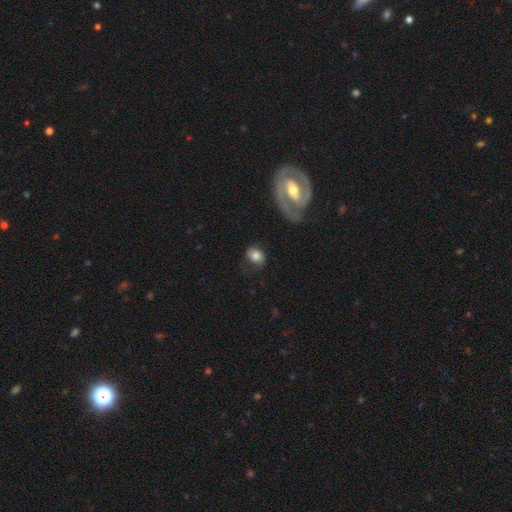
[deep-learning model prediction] Overall: smooth (73%). How rounded: round (61%; in between 37%). Merging: none (54%; minor disturbance 25%).